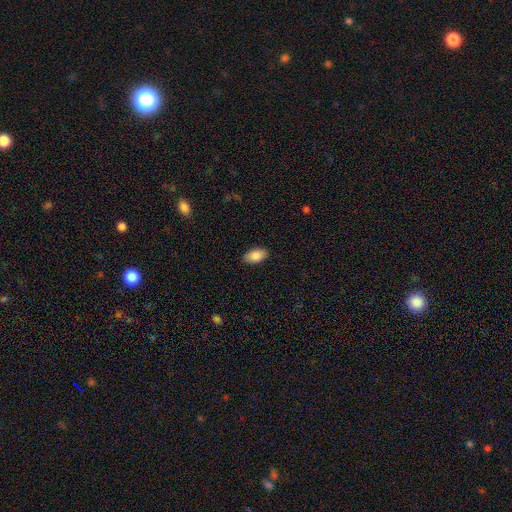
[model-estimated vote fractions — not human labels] Smooth or featured: smooth — 87% (star or artifact — 7%)
How rounded: in between — 94% (round — 4%)
Merging: none — 86% (minor disturbance — 11%)